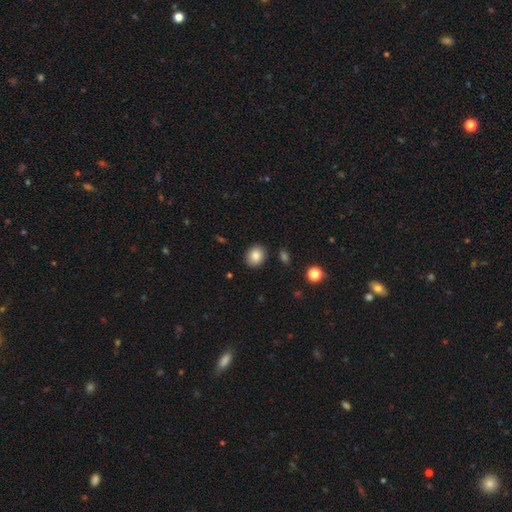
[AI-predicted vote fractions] Smooth or featured: smooth — 86% (star or artifact — 9%)
How rounded: round — 65% (in between — 34%)
Merging: none — 87% (minor disturbance — 8%)